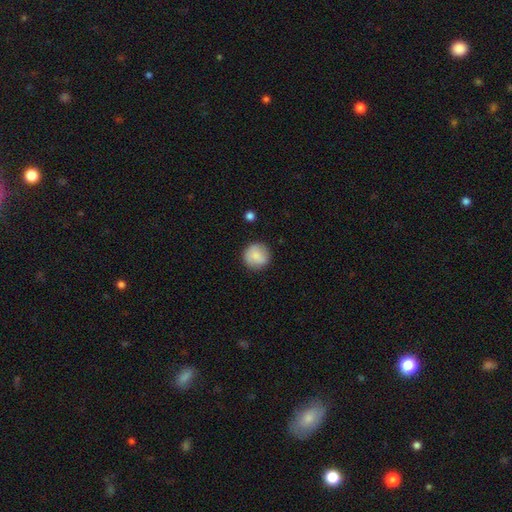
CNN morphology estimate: Smooth or featured? Predicted: smooth (p=0.82). How rounded? Predicted: round (p=0.94). Merging? Predicted: none (p=0.85).